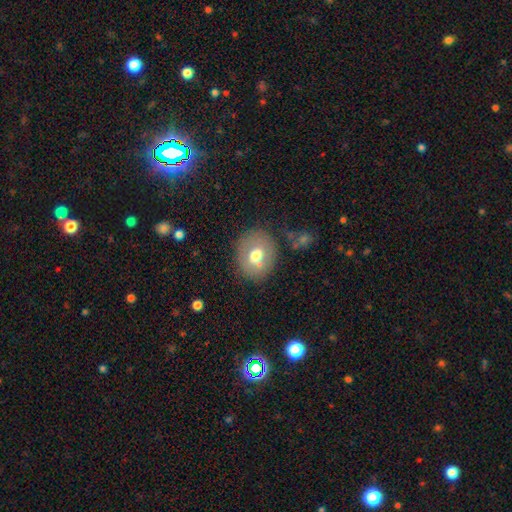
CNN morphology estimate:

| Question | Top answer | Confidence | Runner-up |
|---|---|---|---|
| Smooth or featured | smooth | 64% | featured or disk (27%) |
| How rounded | round | 66% | in between (33%) |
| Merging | none | 71% | minor disturbance (15%) |